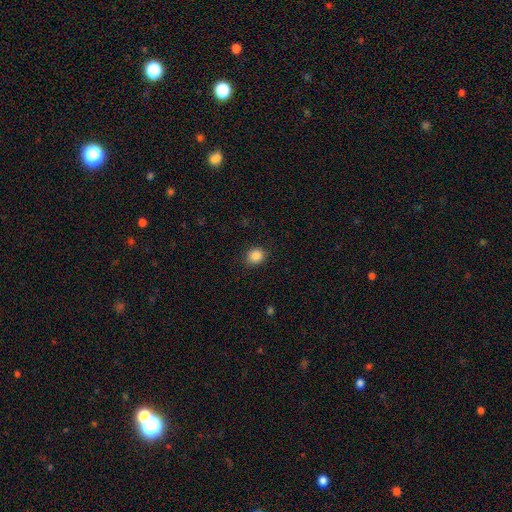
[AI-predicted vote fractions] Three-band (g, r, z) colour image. It shows a smooth galaxy with no disk features (87%) that is round (72%). Merging: none (88%).